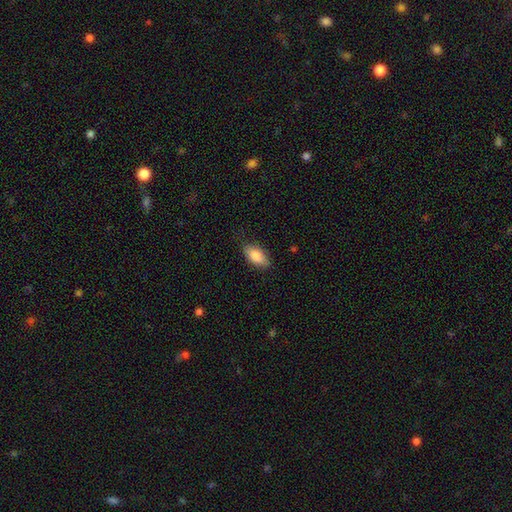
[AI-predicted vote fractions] A smooth galaxy with no disk features (86%) that is in between round and cigar-shaped (91%).

Vote fractions:
- Smooth or featured? smooth: 86% / featured or disk: 8% / star or artifact: 6%
- How rounded? in between: 91% / cigar-shaped: 7% / round: 3%
- Merging? none: 80% / minor disturbance: 16% / major disturbance: 3% / merger: 1%